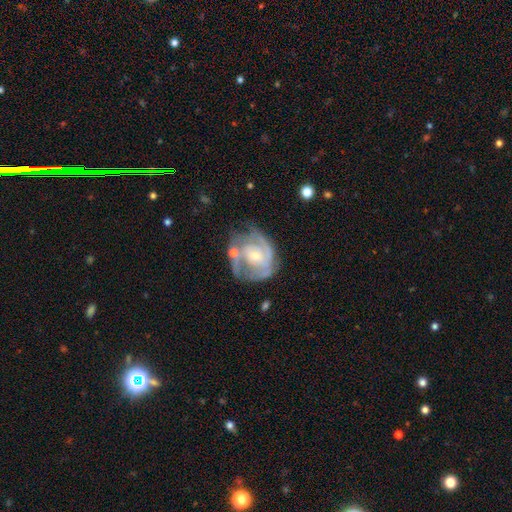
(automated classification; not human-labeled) Overall: featured or disk (81%). Edge-on disk: no (98%). Bar: no (60%; weak 32%). Spiral arms: yes (88%). Spiral arm count: 2 (41%; can't tell 28%). Spiral winding: tight (55%; medium 35%). Bulge size: small (58%; moderate 37%). Merging: none (45%; minor disturbance 23%).